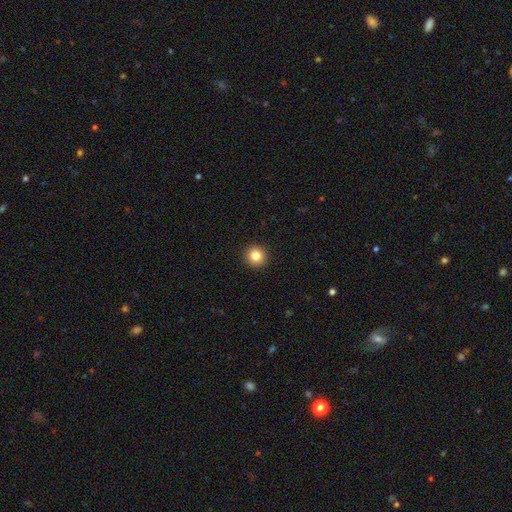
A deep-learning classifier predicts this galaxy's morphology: smooth-or-featured: smooth: 84% | star or artifact: 11% | featured or disk: 6%
  how-rounded: round: 95% | in between: 4% | cigar-shaped: 1%
  merging: none: 93% | minor disturbance: 4% | major disturbance: 2% | merger: 1%